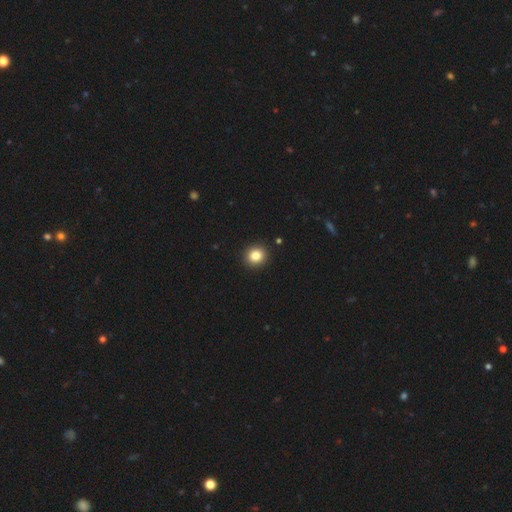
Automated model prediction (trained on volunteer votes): This is clearly a smooth galaxy (84%). How rounded: clearly round (87%). Merging: clearly none (93%).